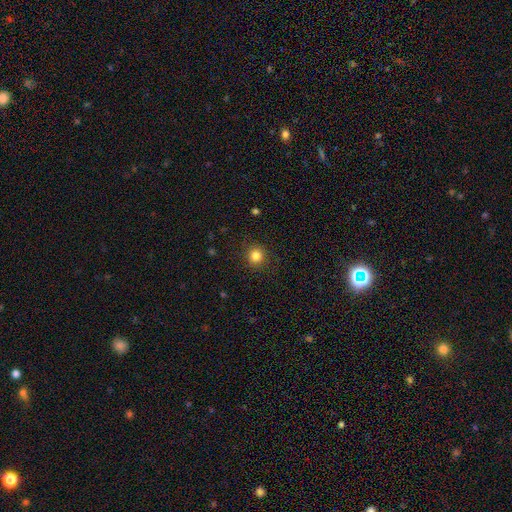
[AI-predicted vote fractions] smooth 83%, star or artifact 12%, featured or disk 5%. Down the decision tree: how rounded — round (92%); merging — none (90%).